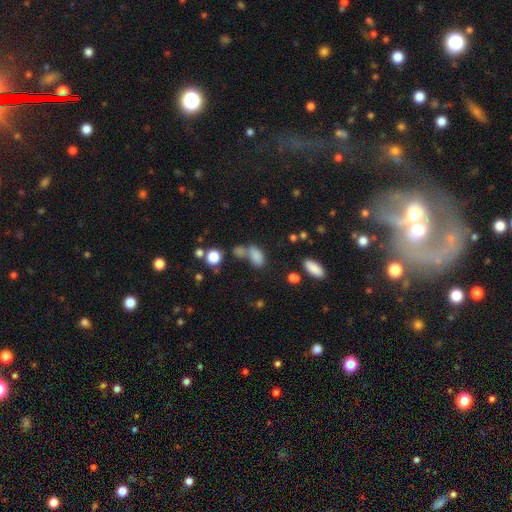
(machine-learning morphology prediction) The model was most divided on "merging": none: 40%, merger: 38%, minor disturbance: 13%, major disturbance: 8%. More confident: how rounded — in between (86%); smooth or featured — smooth (80%).